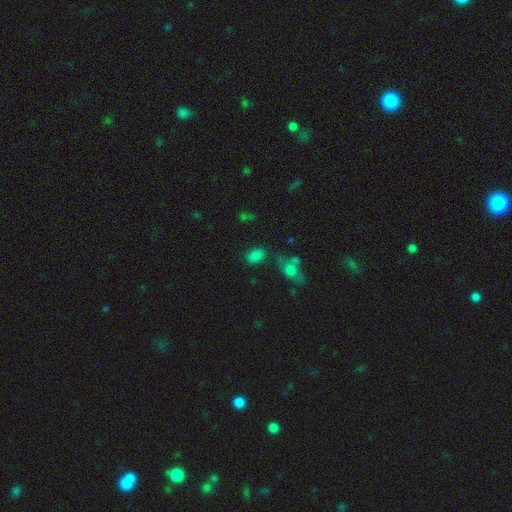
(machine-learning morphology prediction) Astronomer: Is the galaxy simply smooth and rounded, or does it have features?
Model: smooth — 78%.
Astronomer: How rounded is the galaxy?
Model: in between — 82%.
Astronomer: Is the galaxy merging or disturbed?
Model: none — 65%.